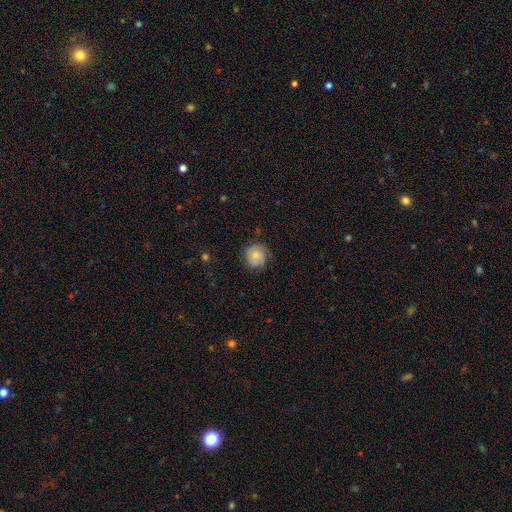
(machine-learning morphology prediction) type=smooth (55%); roundness=round (86%); merging=none (69%).